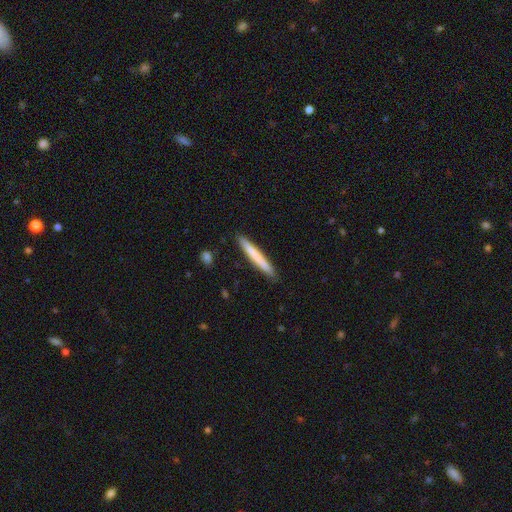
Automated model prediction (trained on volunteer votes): Q: Smooth or featured?
A: smooth (70%); runner-up: featured or disk (25%)
Q: How rounded?
A: cigar-shaped (97%); runner-up: in between (2%)
Q: Merging?
A: none (91%); runner-up: minor disturbance (7%)